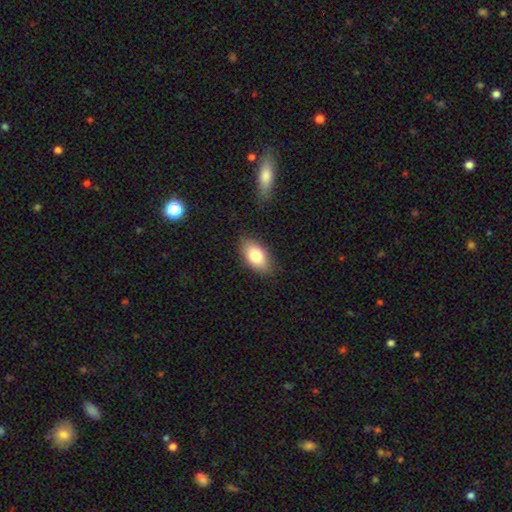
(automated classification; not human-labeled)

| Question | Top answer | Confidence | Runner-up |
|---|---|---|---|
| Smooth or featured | smooth | 79% | featured or disk (14%) |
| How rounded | in between | 91% | round (5%) |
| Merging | none | 84% | minor disturbance (12%) |